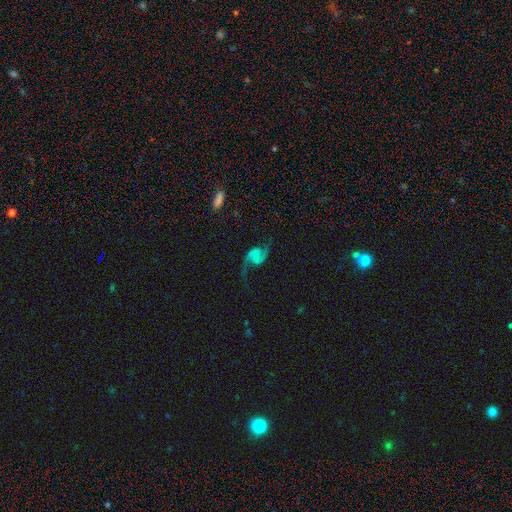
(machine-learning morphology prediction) smooth-or-featured: featured or disk: 83% | smooth: 9% | star or artifact: 8%
  disk-edge-on: no: 98% | yes: 2%
    bar: no: 62% | weak: 27% | strong: 11%
    has-spiral-arms: yes: 96% | no: 4%
      spiral-winding: loose: 76% | medium: 20% | tight: 5%
      spiral-arm-count: 2: 93% | 1: 3% | can't tell: 1% | 3: 1% | 4: 1% | more than 4: 1%
    bulge-size: none: 71% | small: 12% | moderate: 7% | large: 6% | dominant: 3%
  merging: none: 66% | major disturbance: 16% | minor disturbance: 15% | merger: 3%